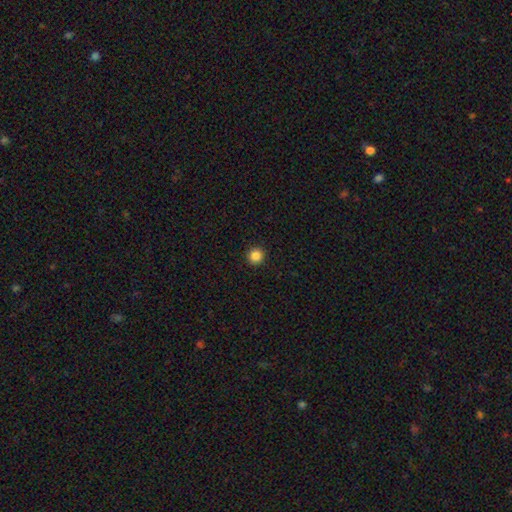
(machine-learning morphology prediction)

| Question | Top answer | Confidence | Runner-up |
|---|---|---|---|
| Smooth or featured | smooth | 86% | star or artifact (11%) |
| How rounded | round | 96% | in between (4%) |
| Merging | none | 94% | minor disturbance (4%) |